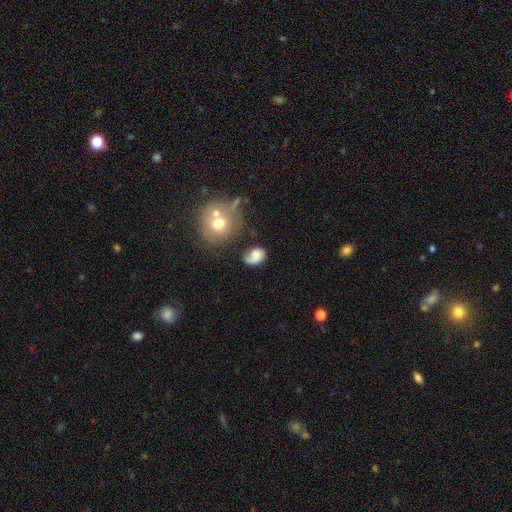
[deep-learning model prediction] Smooth or featured?
  - smooth: 53% *
  - featured or disk: 37%
  - star or artifact: 10%
How rounded?
  - in between: 63% *
  - round: 36%
  - cigar-shaped: 1%
Merging?
  - none: 48% *
  - minor disturbance: 27%
  - major disturbance: 18%
  - merger: 7%